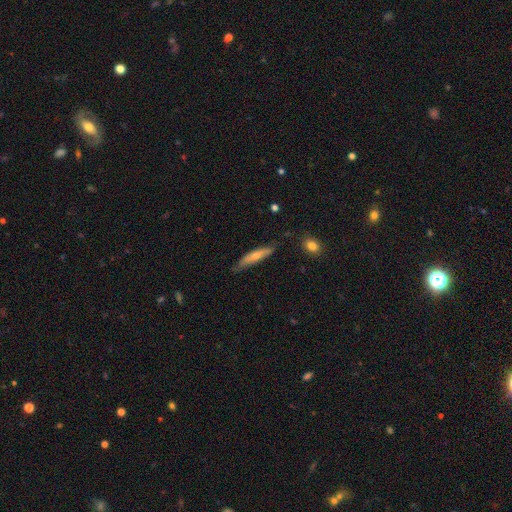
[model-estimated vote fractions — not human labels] Overall: smooth (56%; featured or disk 38%). How rounded: cigar-shaped (84%). Merging: none (69%).